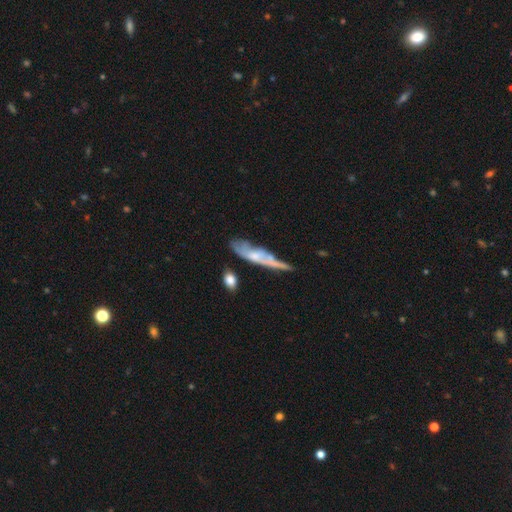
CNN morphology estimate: Q: Smooth or featured?
A: featured or disk (57%); runner-up: smooth (36%)
Q: Edge-on disk?
A: yes (53%); runner-up: no (47%)
Q: Merging?
A: none (45%); runner-up: minor disturbance (30%)